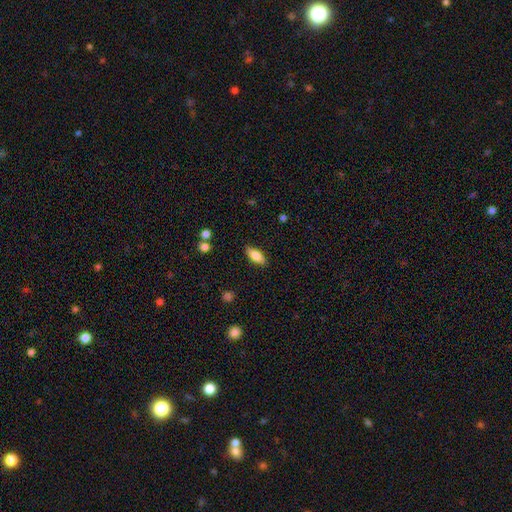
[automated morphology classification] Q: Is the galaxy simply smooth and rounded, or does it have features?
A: smooth — 72%.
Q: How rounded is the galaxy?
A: in between — 77%.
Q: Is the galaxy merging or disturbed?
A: none — 86%.